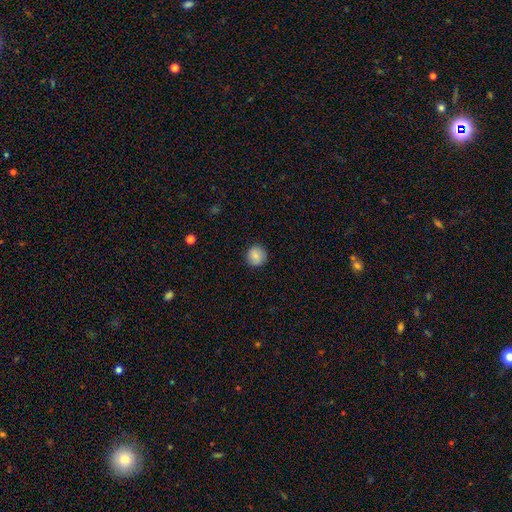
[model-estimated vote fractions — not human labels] Morphology: type=smooth (86%); roundness=round (93%); merging=none (89%).